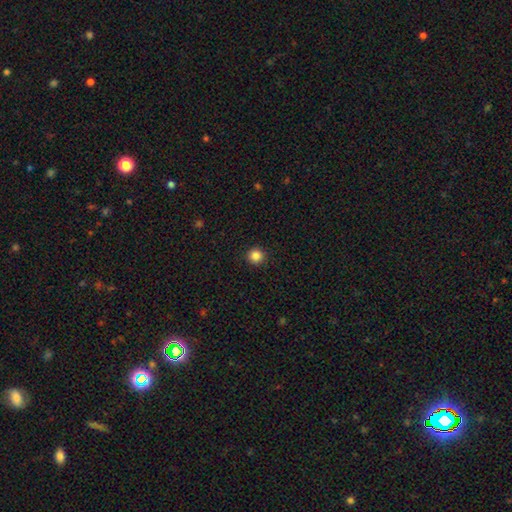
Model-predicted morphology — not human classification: Smooth or featured: smooth — 86% (star or artifact — 11%)
How rounded: round — 94% (in between — 5%)
Merging: none — 92% (minor disturbance — 5%)